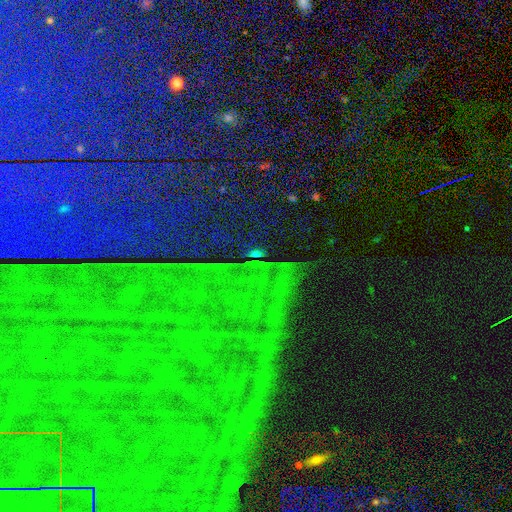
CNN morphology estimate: Smooth or featured?
  - star or artifact: 78% *
  - smooth: 11%
  - featured or disk: 11%